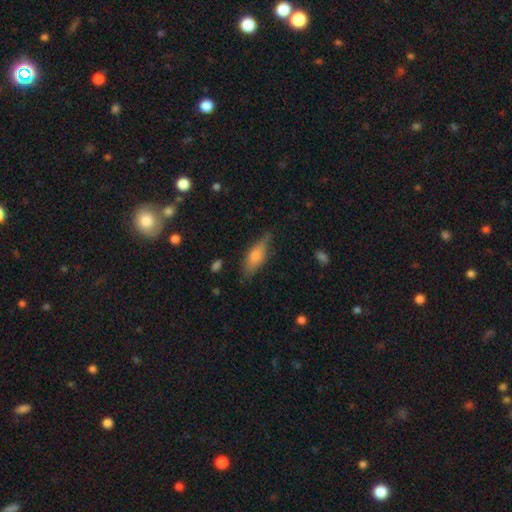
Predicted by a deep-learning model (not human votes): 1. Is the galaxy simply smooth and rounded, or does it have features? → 68% smooth, 26% featured or disk, 7% star or artifact.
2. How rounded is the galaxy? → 62% in between, 35% cigar-shaped, 3% round.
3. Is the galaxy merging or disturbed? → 66% none, 25% minor disturbance, 6% major disturbance, 2% merger.